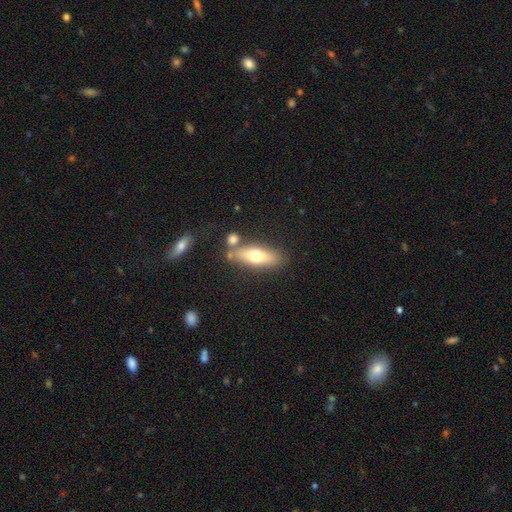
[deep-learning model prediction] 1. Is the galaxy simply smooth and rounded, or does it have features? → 64% smooth, 30% featured or disk, 7% star or artifact.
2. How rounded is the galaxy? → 51% in between, 46% cigar-shaped, 3% round.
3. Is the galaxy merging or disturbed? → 71% none, 13% minor disturbance, 12% merger, 4% major disturbance.